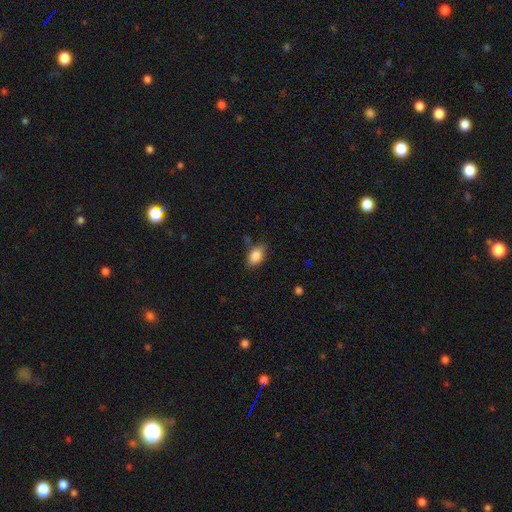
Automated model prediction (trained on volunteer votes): Smooth or featured? smooth (85%)
How rounded? in between (87%)
Merging? none (73%)